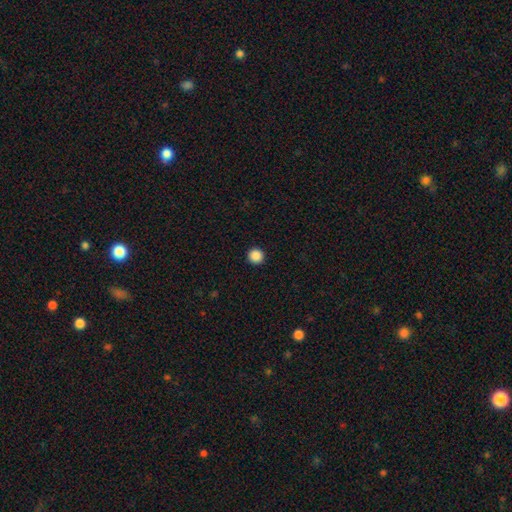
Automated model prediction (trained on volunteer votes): Smooth or featured? Predicted: smooth (p=0.88). How rounded? Predicted: round (p=0.96). Merging? Predicted: none (p=0.94).